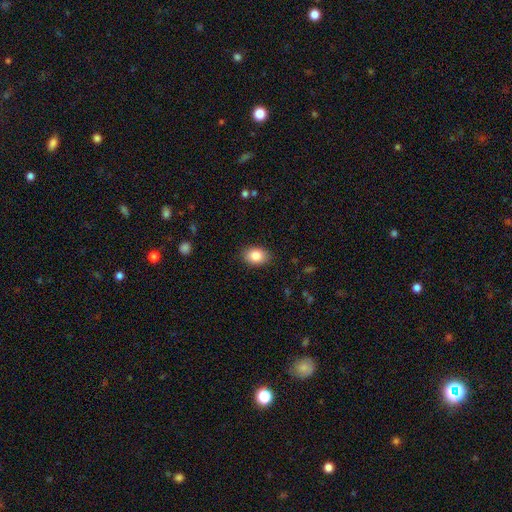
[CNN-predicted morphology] This appears to be a smooth galaxy with no disk features (86%) that is in between round and cigar-shaped (76%). Merging: none (87%).